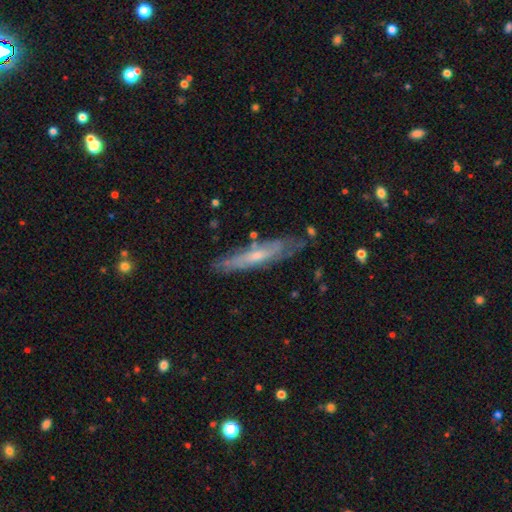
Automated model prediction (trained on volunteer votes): Overall: featured or disk (56%; smooth 38%). Edge-on disk: yes (59%; no 41%). Merging: none (70%).